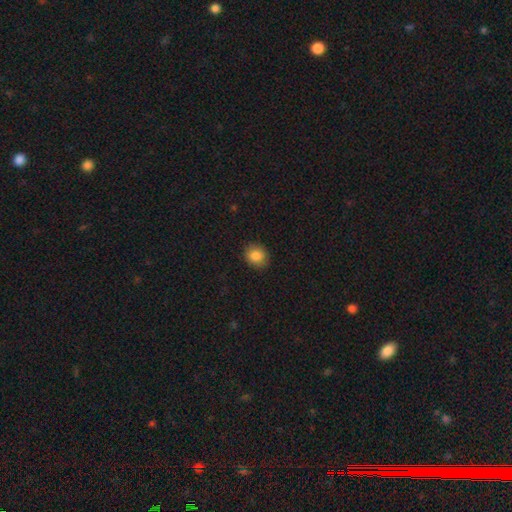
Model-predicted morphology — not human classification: Smooth or featured? Predicted: smooth (p=0.86). How rounded? Predicted: round (p=0.71). Merging? Predicted: none (p=0.87).